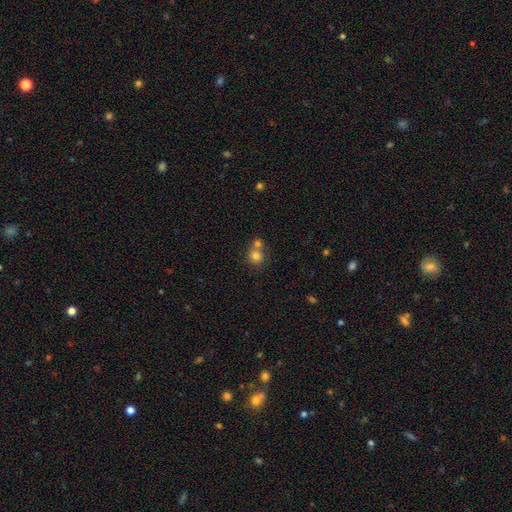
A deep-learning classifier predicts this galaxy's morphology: Smooth or featured?
  - smooth: 78% *
  - star or artifact: 12%
  - featured or disk: 10%
How rounded?
  - round: 86% *
  - in between: 13%
  - cigar-shaped: 1%
Merging?
  - none: 48% *
  - merger: 43%
  - minor disturbance: 7%
  - major disturbance: 3%